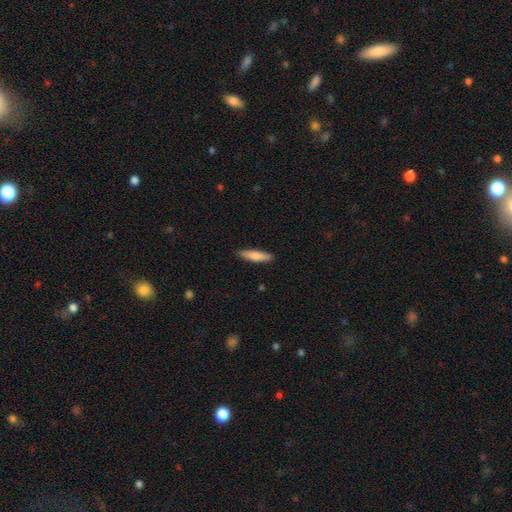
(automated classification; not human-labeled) Smooth or featured? smooth (77%)
How rounded? cigar-shaped (78%)
Merging? none (89%)